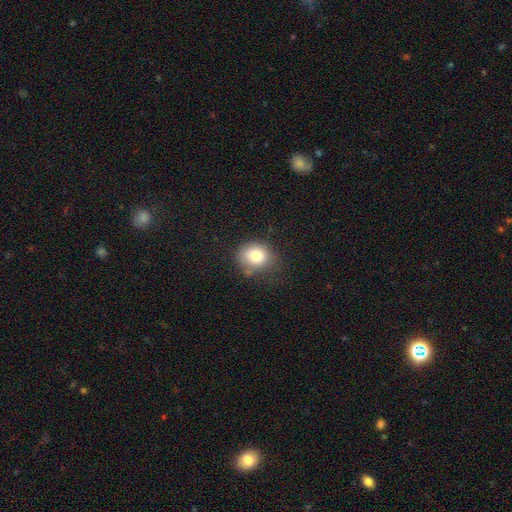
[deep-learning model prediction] A smooth galaxy with no disk features (81%) that is round (65%). Merging: none (68%).